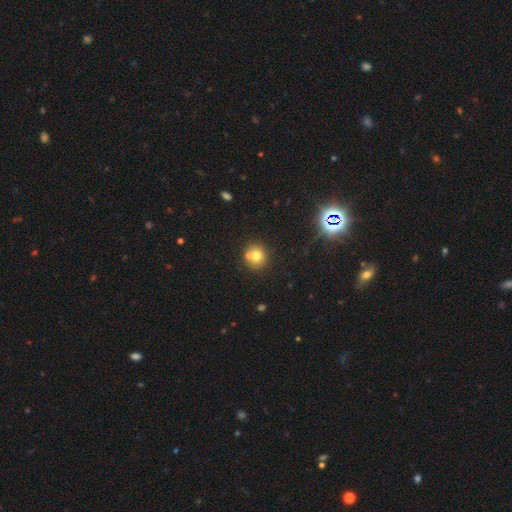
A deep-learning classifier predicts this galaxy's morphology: Smooth or featured?
  - smooth: 71% *
  - featured or disk: 15%
  - star or artifact: 14%
How rounded?
  - round: 87% *
  - in between: 12%
  - cigar-shaped: 1%
Merging?
  - none: 61% *
  - merger: 28%
  - minor disturbance: 8%
  - major disturbance: 3%